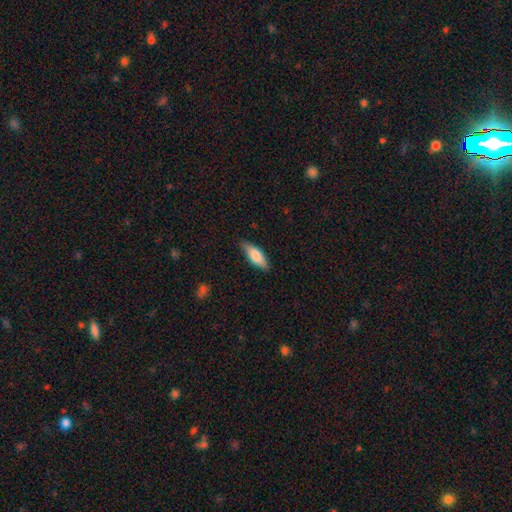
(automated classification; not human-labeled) This is likely a smooth galaxy (77%). How rounded: likely in between (62%). Merging: clearly none (84%).